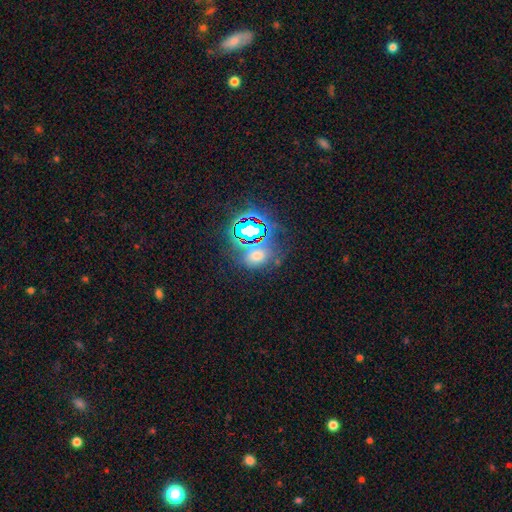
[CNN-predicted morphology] The model was most divided on "smooth or featured": star or artifact: 47%, smooth: 43%, featured or disk: 11%.